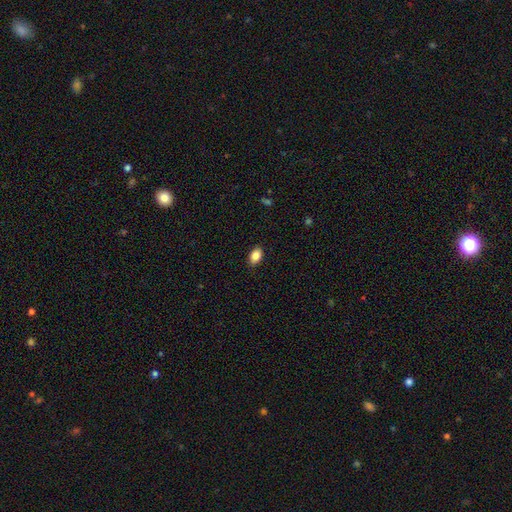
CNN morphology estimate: A smooth galaxy with no disk features (86%) that is in between round and cigar-shaped (88%).

Vote fractions:
- Smooth or featured? smooth: 86% / star or artifact: 8% / featured or disk: 6%
- How rounded? in between: 88% / round: 10% / cigar-shaped: 2%
- Merging? none: 87% / minor disturbance: 10% / major disturbance: 2% / merger: 1%